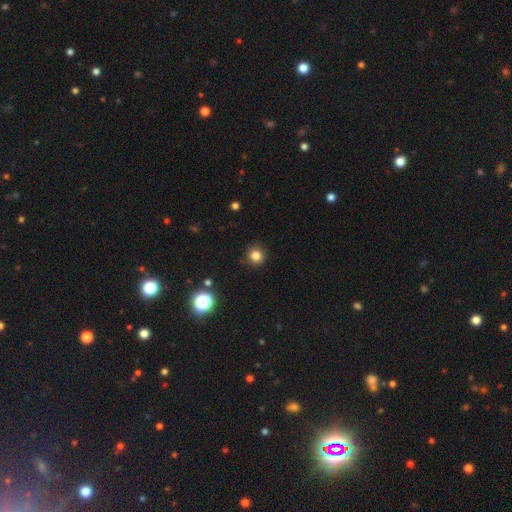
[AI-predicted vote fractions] Q: Smooth or featured?
A: smooth (81%); runner-up: star or artifact (14%)
Q: How rounded?
A: round (93%); runner-up: in between (6%)
Q: Merging?
A: none (90%); runner-up: minor disturbance (6%)